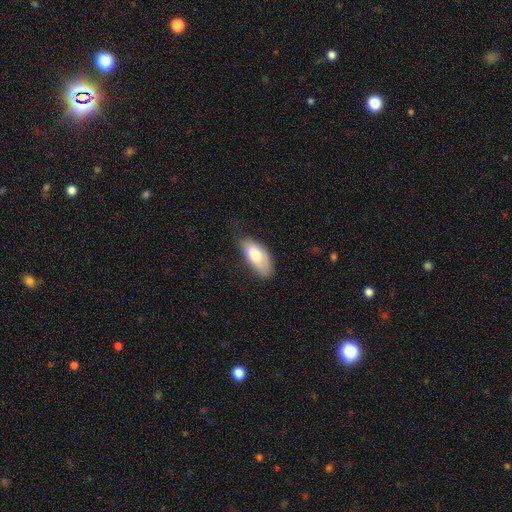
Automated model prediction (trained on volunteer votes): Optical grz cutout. It shows a smooth galaxy with no disk features (74%) that is in between round and cigar-shaped (88%). Merging: none (53%).